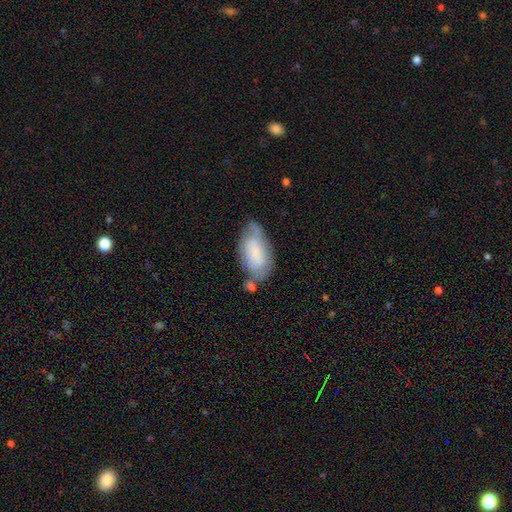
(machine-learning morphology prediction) Smooth or featured? smooth (70%)
How rounded? in between (93%)
Merging? none (52%)